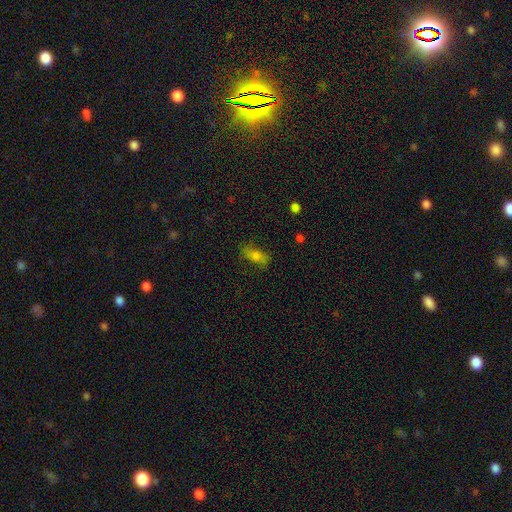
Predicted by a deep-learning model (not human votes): Smooth or featured: smooth — 68% (featured or disk — 18%)
How rounded: in between — 78% (cigar-shaped — 15%)
Merging: none — 72% (minor disturbance — 19%)